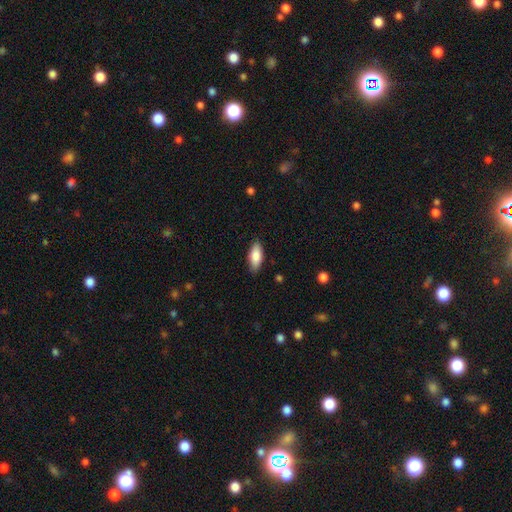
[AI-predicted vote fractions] smooth_or_featured: smooth (p=0.84) [alt: featured or disk p=0.10]
how_rounded: in between (p=0.82) [alt: cigar-shaped p=0.16]
merging: none (p=0.86) [alt: minor disturbance p=0.11]